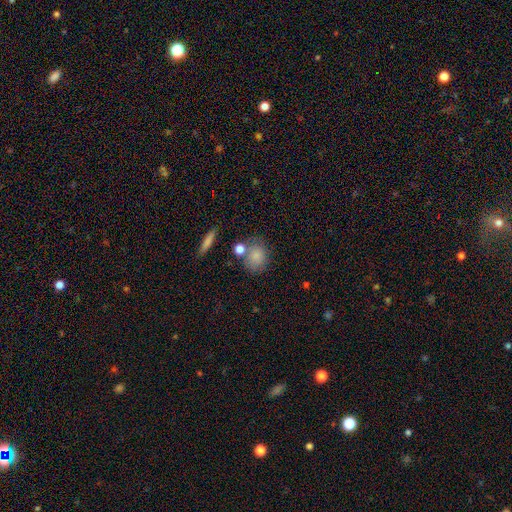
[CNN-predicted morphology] smooth_or_featured: smooth (p=0.83) [alt: star or artifact p=0.09]
how_rounded: round (p=0.63) [alt: in between p=0.35]
merging: none (p=0.60) [alt: merger p=0.19]